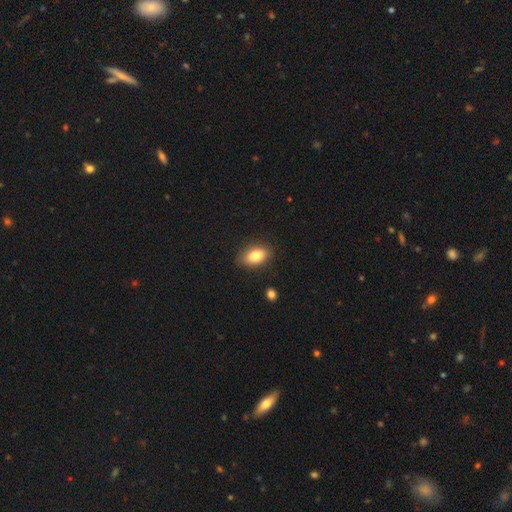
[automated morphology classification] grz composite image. It shows a smooth galaxy with no disk features (83%) that is in between round and cigar-shaped (90%). Merging: none (85%).